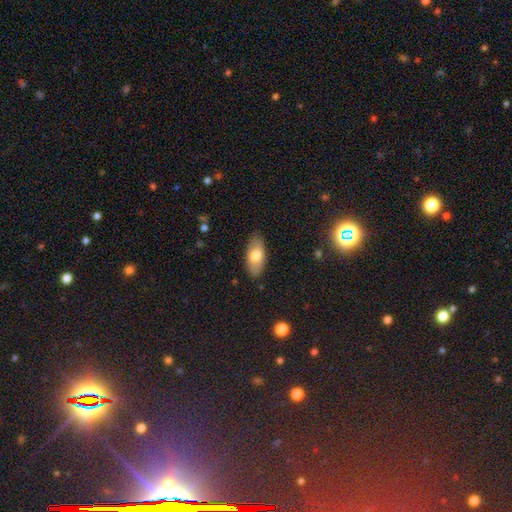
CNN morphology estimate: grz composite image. It shows a smooth galaxy with no disk features (72%) that is in between round and cigar-shaped (91%). Merging: none (85%).